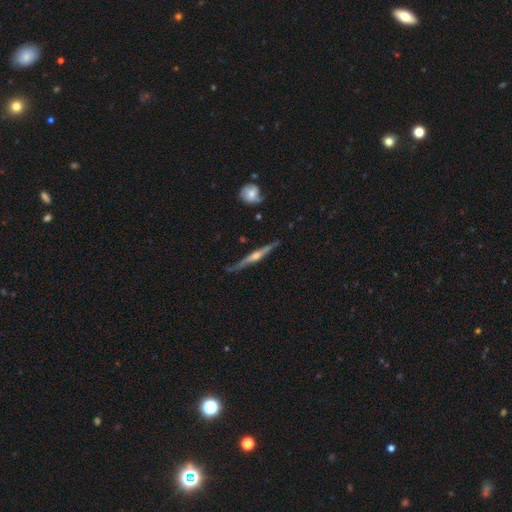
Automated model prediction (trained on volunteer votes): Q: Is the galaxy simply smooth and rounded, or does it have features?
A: featured or disk — 79%.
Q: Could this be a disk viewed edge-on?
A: yes — 96%.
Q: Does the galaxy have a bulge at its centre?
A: rounded — 84%.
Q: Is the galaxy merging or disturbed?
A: none — 80%.